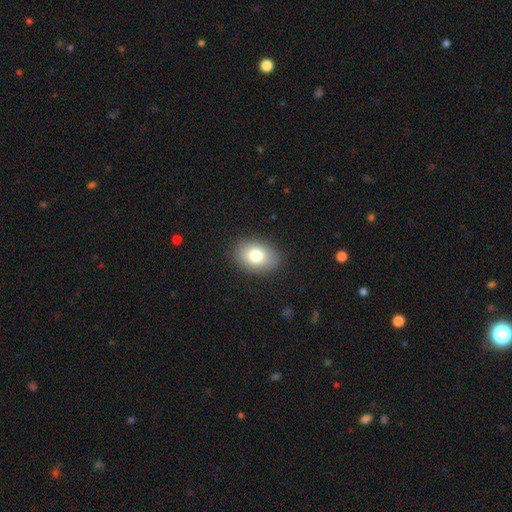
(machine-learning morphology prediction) smooth_or_featured: smooth (p=0.79) [alt: featured or disk p=0.12]
how_rounded: in between (p=0.77) [alt: round p=0.22]
merging: none (p=0.88) [alt: minor disturbance p=0.08]